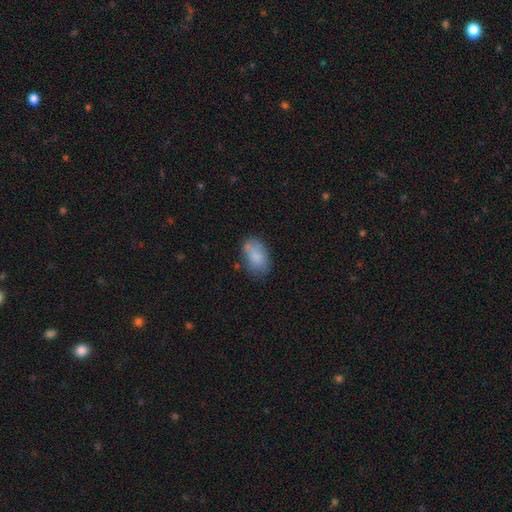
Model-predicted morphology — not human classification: This is clearly a smooth galaxy (80%). How rounded: clearly in between (90%). Merging: likely none (61%).